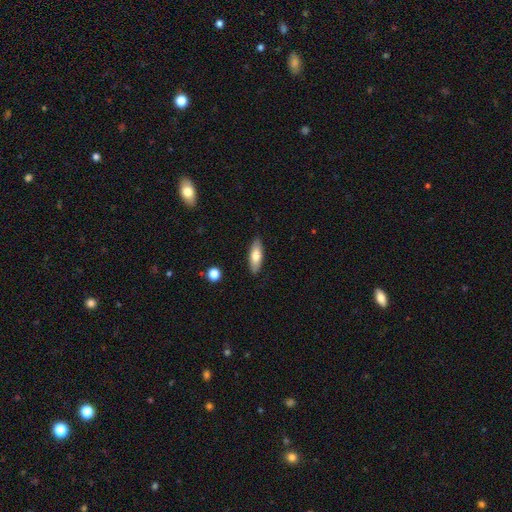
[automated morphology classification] Q: Smooth or featured?
A: smooth (72%); runner-up: featured or disk (22%)
Q: How rounded?
A: in between (68%); runner-up: cigar-shaped (30%)
Q: Merging?
A: none (87%); runner-up: minor disturbance (10%)